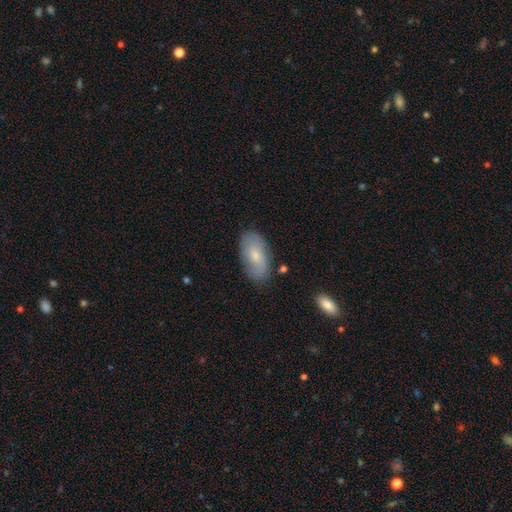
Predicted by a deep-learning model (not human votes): Morphology: type=smooth (58%); roundness=in between (93%); merging=none (76%).